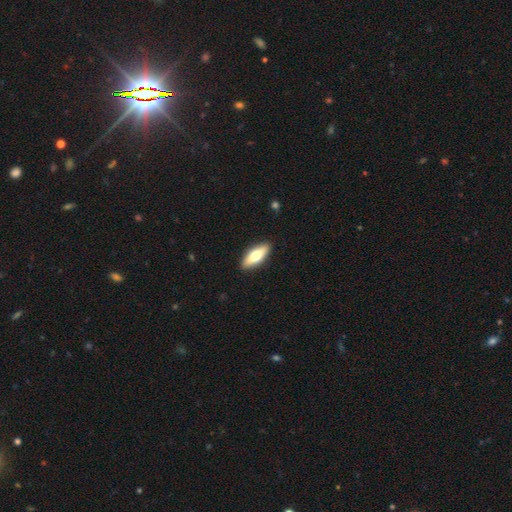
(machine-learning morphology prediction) smooth_or_featured: smooth (p=0.63) [alt: featured or disk p=0.31]
how_rounded: in between (p=0.69) [alt: cigar-shaped p=0.29]
merging: none (p=0.90) [alt: minor disturbance p=0.07]